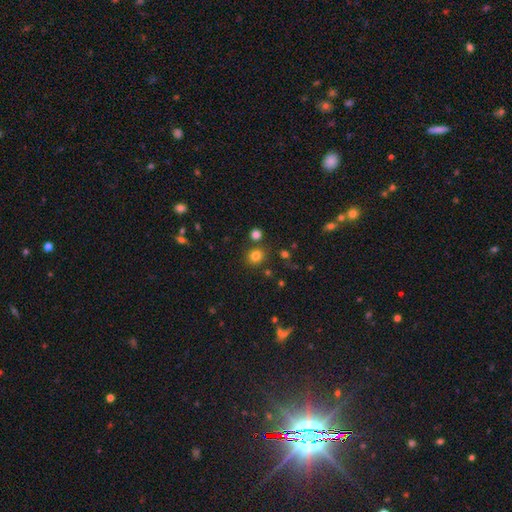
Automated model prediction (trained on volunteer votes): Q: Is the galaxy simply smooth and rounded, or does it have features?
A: smooth — 79%.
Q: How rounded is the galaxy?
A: round — 82%.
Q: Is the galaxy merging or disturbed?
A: none — 82%.